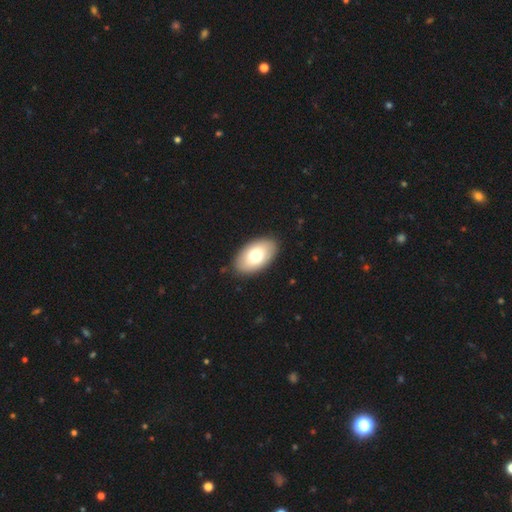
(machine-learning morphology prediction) A smooth galaxy with no disk features (75%) that is in between round and cigar-shaped (95%).

Vote fractions:
- Smooth or featured? smooth: 75% / featured or disk: 19% / star or artifact: 6%
- How rounded? in between: 95% / round: 4% / cigar-shaped: 1%
- Merging? none: 89% / minor disturbance: 8% / major disturbance: 2% / merger: 1%